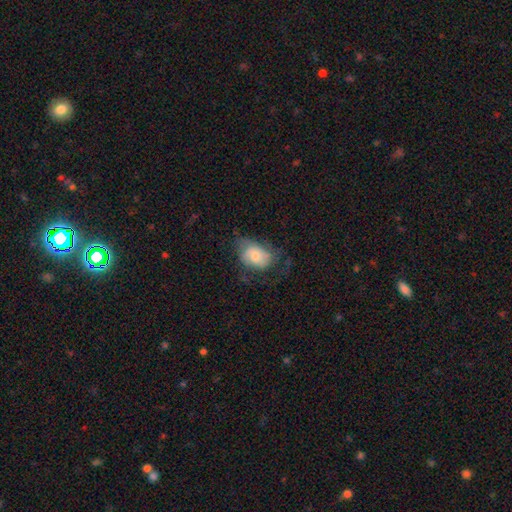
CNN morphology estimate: smooth 60%, featured or disk 32%, star or artifact 8%. Down the decision tree: how rounded — in between (76%); merging — none (43%).